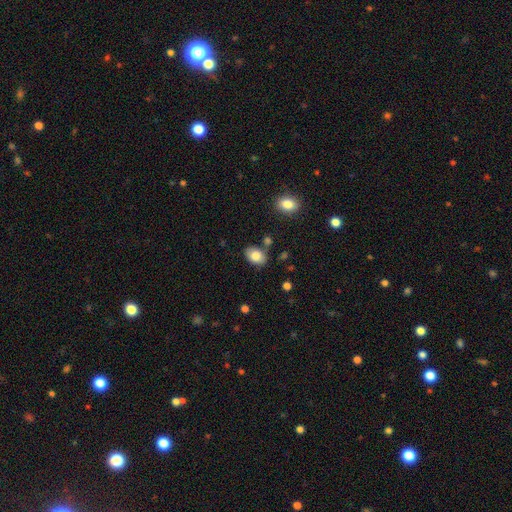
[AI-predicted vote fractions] smooth-or-featured: smooth: 81% | featured or disk: 11% | star or artifact: 8%
  how-rounded: in between: 82% | round: 17% | cigar-shaped: 1%
  merging: none: 78% | minor disturbance: 13% | merger: 6% | major disturbance: 3%